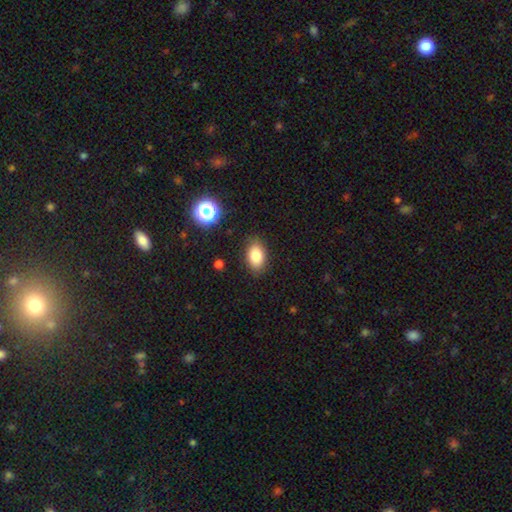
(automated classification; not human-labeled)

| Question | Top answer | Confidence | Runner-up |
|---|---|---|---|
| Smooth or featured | smooth | 83% | star or artifact (9%) |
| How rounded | in between | 88% | round (10%) |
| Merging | none | 85% | minor disturbance (11%) |